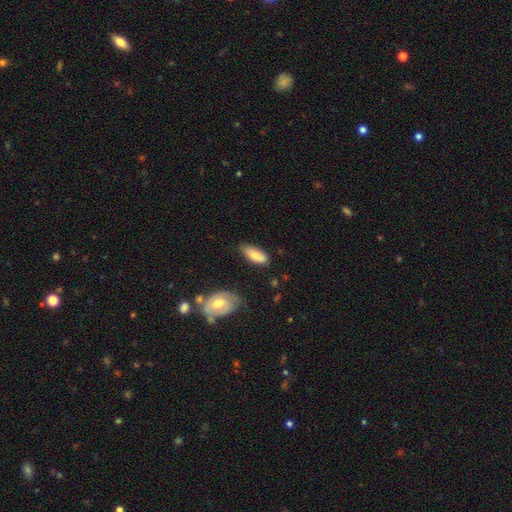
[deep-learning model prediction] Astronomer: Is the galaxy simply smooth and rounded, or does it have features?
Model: smooth — 80%.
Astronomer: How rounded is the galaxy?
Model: in between — 75%.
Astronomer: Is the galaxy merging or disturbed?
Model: none — 66%.